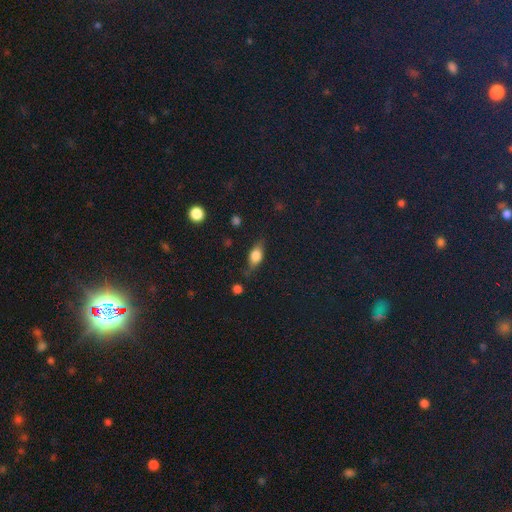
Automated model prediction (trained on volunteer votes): This is likely a smooth galaxy (63%). How rounded: likely in between (73%). Merging: likely none (70%).